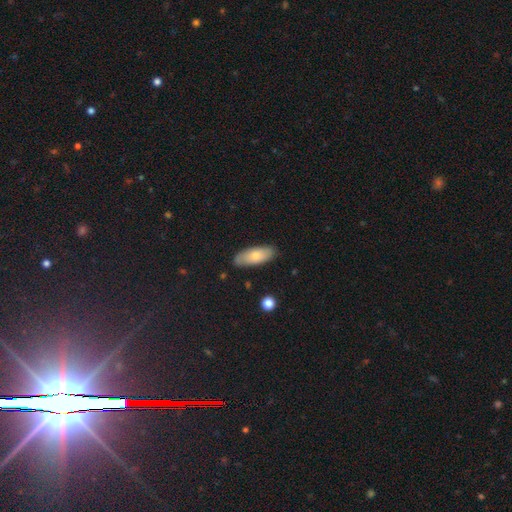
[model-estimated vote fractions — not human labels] Overall: smooth (71%). How rounded: in between (80%). Merging: none (82%).